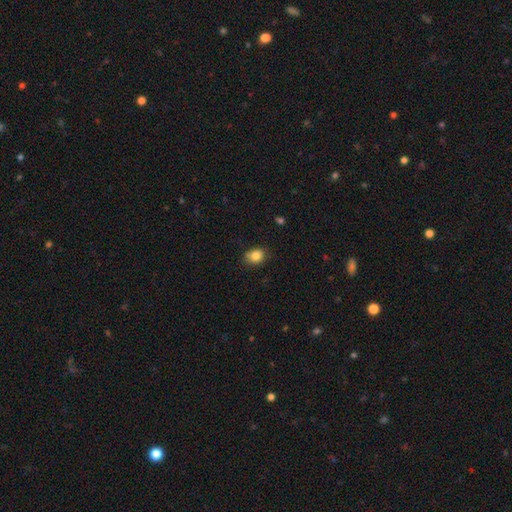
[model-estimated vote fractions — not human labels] smooth_or_featured: smooth (p=0.84) [alt: star or artifact p=0.10]
how_rounded: in between (p=0.54) [alt: round p=0.44]
merging: none (p=0.73) [alt: minor disturbance p=0.20]